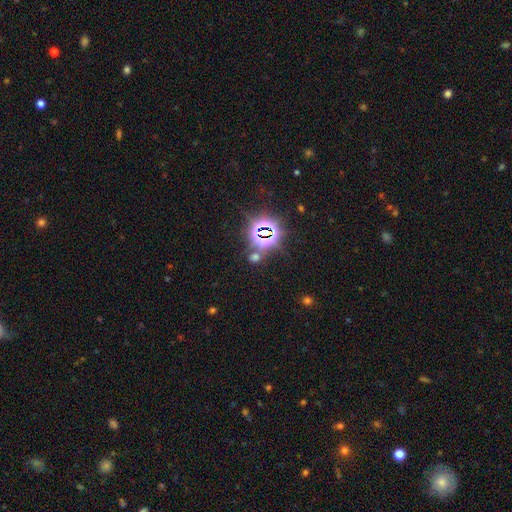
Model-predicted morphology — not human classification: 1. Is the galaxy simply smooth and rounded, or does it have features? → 77% star or artifact, 15% smooth, 8% featured or disk.